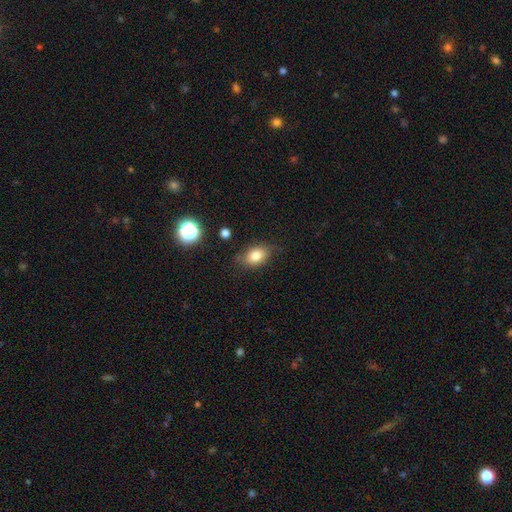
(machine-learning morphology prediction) smooth_or_featured: smooth (p=0.81) [alt: star or artifact p=0.10]
how_rounded: in between (p=0.79) [alt: round p=0.19]
merging: none (p=0.76) [alt: minor disturbance p=0.18]